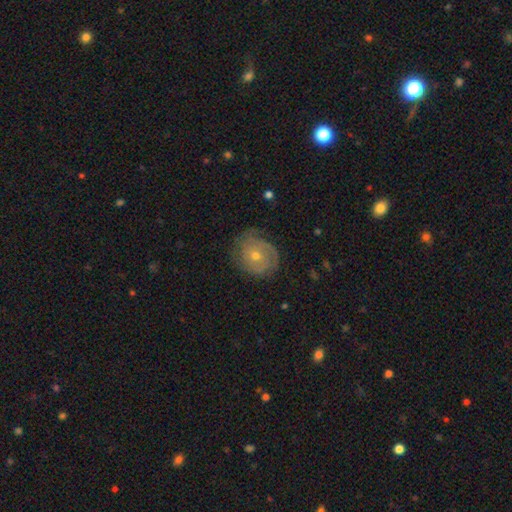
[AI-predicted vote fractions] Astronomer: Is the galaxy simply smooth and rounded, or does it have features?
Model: featured or disk — 69%.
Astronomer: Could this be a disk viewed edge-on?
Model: no — 97%.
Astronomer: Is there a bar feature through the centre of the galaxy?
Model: no — 81%.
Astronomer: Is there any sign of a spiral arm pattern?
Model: yes — 87%.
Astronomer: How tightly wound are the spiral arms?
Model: tight — 69%.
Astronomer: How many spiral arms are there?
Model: can't tell — 37% (runner-up: 2, 28%).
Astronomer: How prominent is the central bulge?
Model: small — 50% (runner-up: moderate, 47%).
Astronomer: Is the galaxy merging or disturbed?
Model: none — 74%.